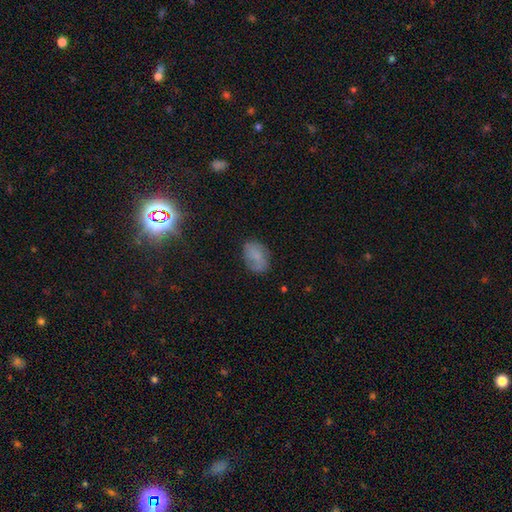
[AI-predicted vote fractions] Morphology: type=smooth (70%); roundness=in between (81%); merging=none (69%).